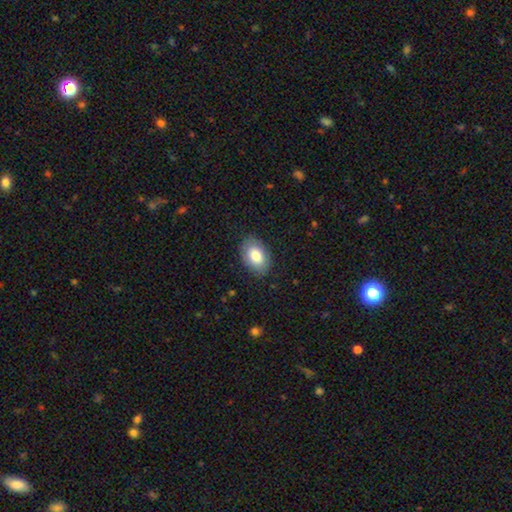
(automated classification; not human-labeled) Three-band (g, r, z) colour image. It shows a smooth galaxy with no disk features (81%) that is in between round and cigar-shaped (89%). Merging: none (86%).